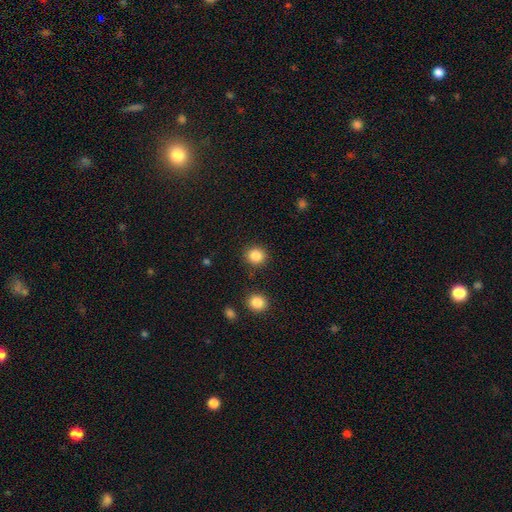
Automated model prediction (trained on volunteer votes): Overall: smooth (86%). How rounded: round (86%). Merging: none (88%).